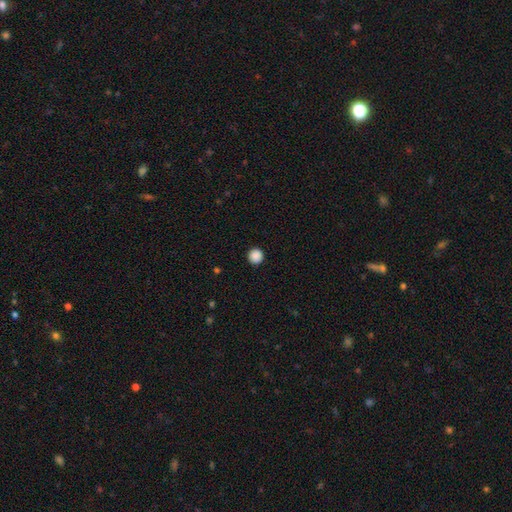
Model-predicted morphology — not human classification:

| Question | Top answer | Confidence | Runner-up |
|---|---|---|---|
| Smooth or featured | smooth | 88% | star or artifact (9%) |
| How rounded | round | 96% | in between (3%) |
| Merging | none | 93% | minor disturbance (4%) |